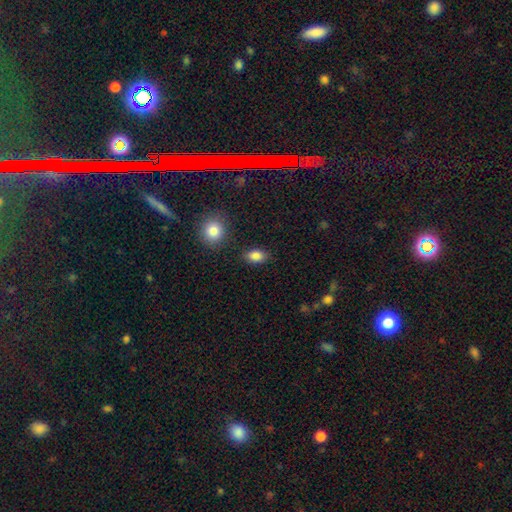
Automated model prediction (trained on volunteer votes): Smooth or featured?
  - smooth: 86% *
  - star or artifact: 9%
  - featured or disk: 5%
How rounded?
  - in between: 83% *
  - round: 15%
  - cigar-shaped: 2%
Merging?
  - none: 85% *
  - minor disturbance: 9%
  - merger: 3%
  - major disturbance: 3%